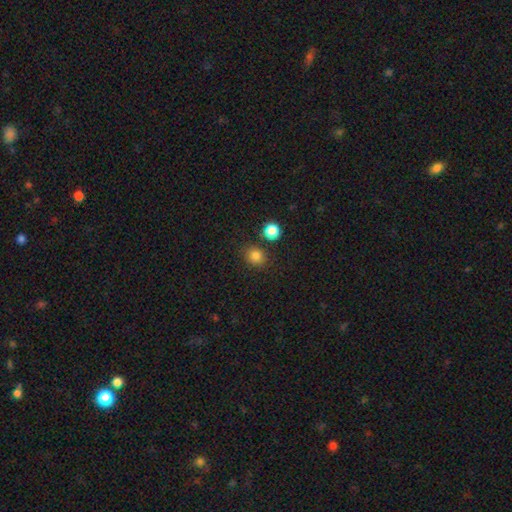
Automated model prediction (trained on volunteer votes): Smooth or featured? Predicted: smooth (p=0.82). How rounded? Predicted: round (p=0.79). Merging? Predicted: none (p=0.82).